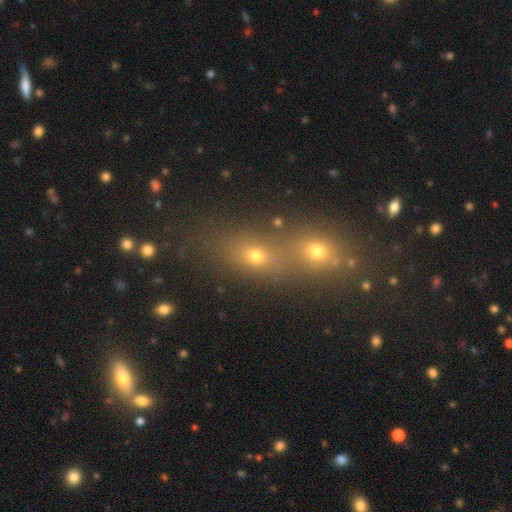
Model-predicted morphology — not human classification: This is possibly a smooth galaxy (54%). How rounded: possibly in between (45%, tied with round). Merging: possibly merger (58%).